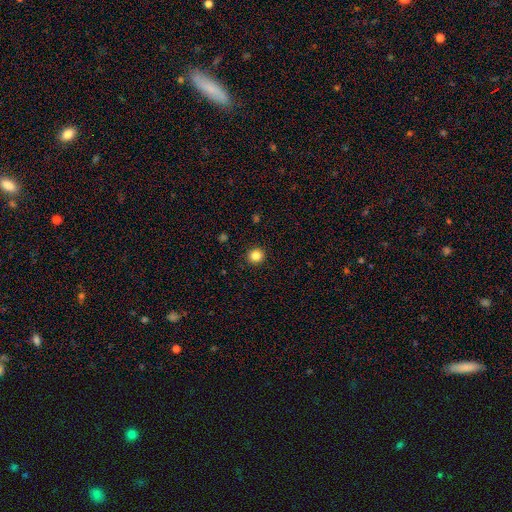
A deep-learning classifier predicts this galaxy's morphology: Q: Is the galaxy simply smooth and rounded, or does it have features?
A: smooth — 85%.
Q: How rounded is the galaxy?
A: round — 92%.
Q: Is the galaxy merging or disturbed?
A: none — 92%.